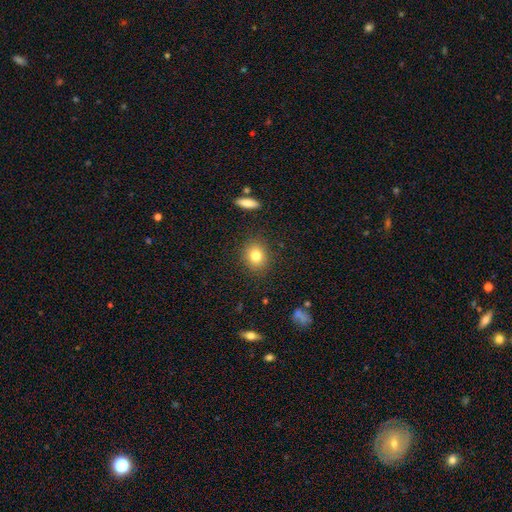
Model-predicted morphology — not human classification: The model was most divided on "how rounded": round: 71%, in between: 28%, cigar-shaped: 1%. More confident: merging — none (87%); smooth or featured — smooth (81%).